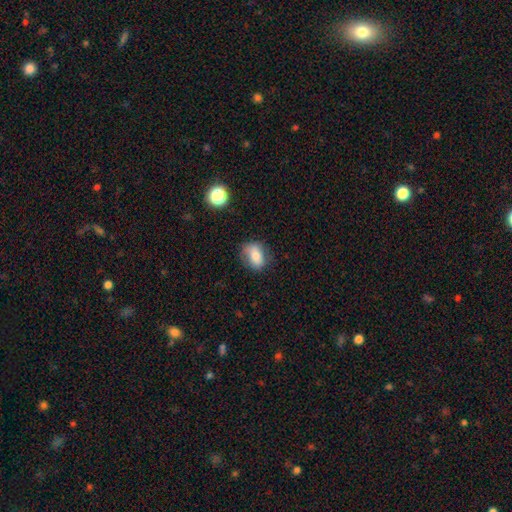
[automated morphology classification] This is likely a smooth galaxy (75%). How rounded: likely in between (70%). Merging: likely none (69%).